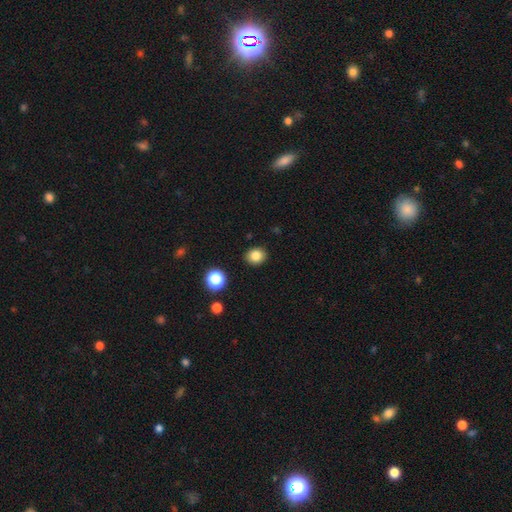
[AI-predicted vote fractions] Q: Smooth or featured?
A: smooth (83%); runner-up: star or artifact (11%)
Q: How rounded?
A: round (65%); runner-up: in between (34%)
Q: Merging?
A: none (89%); runner-up: minor disturbance (8%)